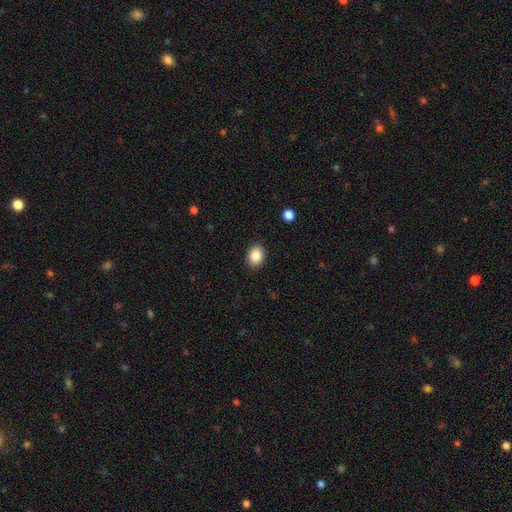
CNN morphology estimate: This appears to be a smooth galaxy with no disk features (86%) that is in between round and cigar-shaped (52%). Merging: none (89%).